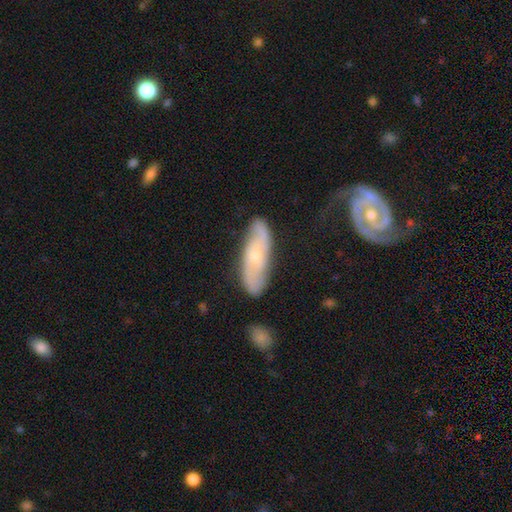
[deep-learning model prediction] This is likely a featured or disk galaxy (64%). It is clearly not viewed edge-on (83%). Bar: likely no (71%). Spiral arm pattern: clearly yes (85%). Central bulge: likely small (71%). Merging: likely none (67%).